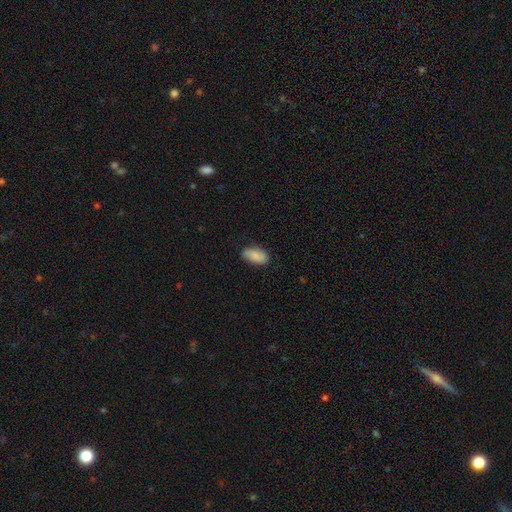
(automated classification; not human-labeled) Smooth or featured? Predicted: smooth (p=0.81). How rounded? Predicted: in between (p=0.93). Merging? Predicted: none (p=0.75).